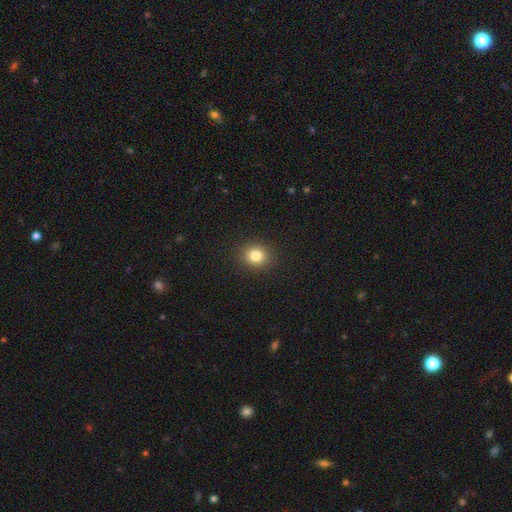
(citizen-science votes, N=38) Overall: smooth (84%). How rounded: round (88%). Merging: none (97%).